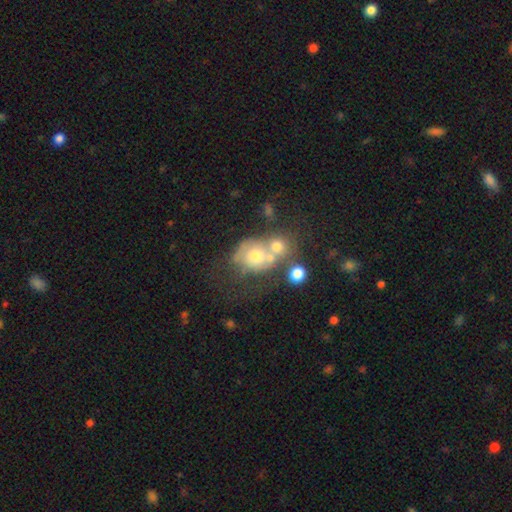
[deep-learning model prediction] Smooth or featured? smooth (51%)
How rounded? round (63%)
Merging? merger (52%)